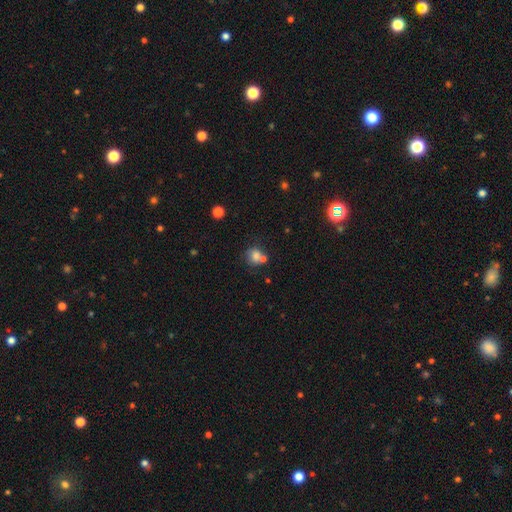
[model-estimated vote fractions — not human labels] The model was most divided on "merging": none: 42%, merger: 34%, minor disturbance: 16%, major disturbance: 8%. More confident: smooth or featured — smooth (71%); how rounded — round (68%).